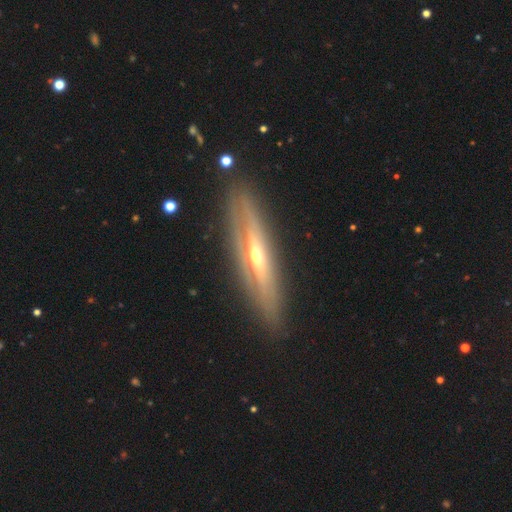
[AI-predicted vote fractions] Morphology: type=featured or disk (79%); edge-on=yes (84%); edge-on bulge=rounded (84%); merging=none (85%).